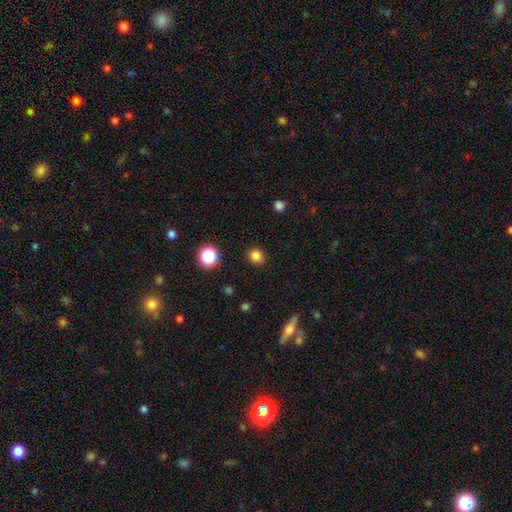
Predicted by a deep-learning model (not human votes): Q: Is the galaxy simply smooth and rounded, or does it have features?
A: smooth — 82%.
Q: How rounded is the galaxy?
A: round — 73%.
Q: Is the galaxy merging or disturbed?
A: none — 89%.